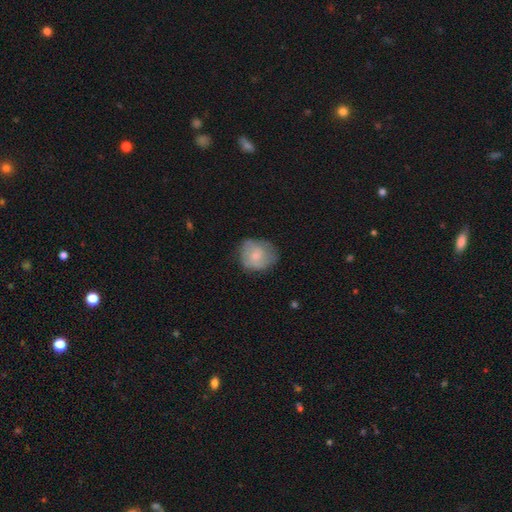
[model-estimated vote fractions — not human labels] smooth 63%, featured or disk 30%, star or artifact 7%. Down the decision tree: how rounded — round (66%); merging — none (61%).